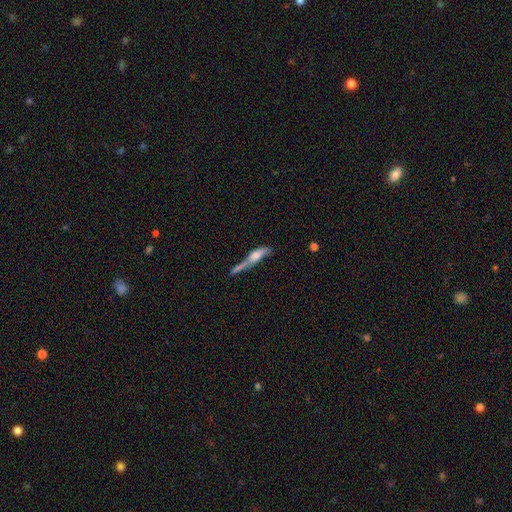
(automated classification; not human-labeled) smooth-or-featured: smooth: 54% | featured or disk: 37% | star or artifact: 8%
  how-rounded: cigar-shaped: 66% | in between: 31% | round: 4%
  merging: merger: 46% | none: 22% | major disturbance: 17% | minor disturbance: 15%